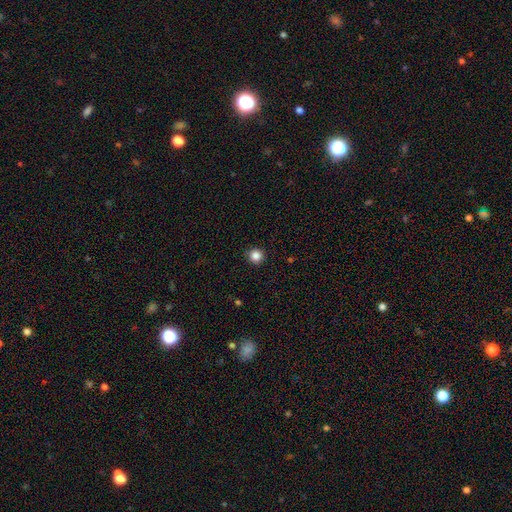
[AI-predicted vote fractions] smooth_or_featured: smooth (p=0.86) [alt: star or artifact p=0.11]
how_rounded: round (p=0.94) [alt: in between p=0.05]
merging: none (p=0.90) [alt: minor disturbance p=0.07]